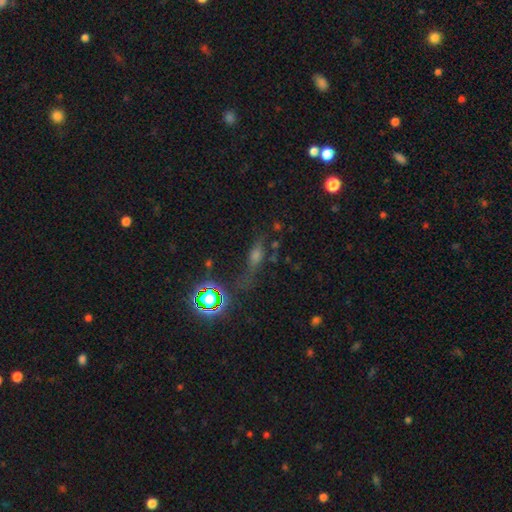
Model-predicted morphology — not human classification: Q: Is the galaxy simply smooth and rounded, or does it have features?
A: smooth — 38%, tied with star or artifact.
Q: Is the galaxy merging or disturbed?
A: none — 56%.